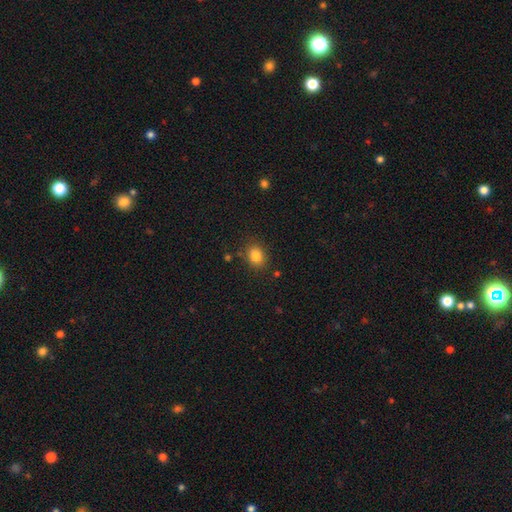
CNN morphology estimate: Smooth or featured? smooth (84%)
How rounded? in between (51%)
Merging? none (83%)